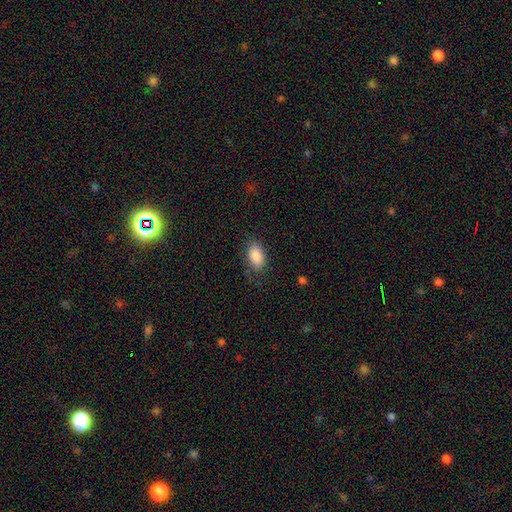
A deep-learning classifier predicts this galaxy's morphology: smooth-or-featured: smooth: 88% | star or artifact: 7% | featured or disk: 5%
  how-rounded: in between: 93% | round: 5% | cigar-shaped: 2%
  merging: none: 74% | minor disturbance: 17% | major disturbance: 7% | merger: 1%